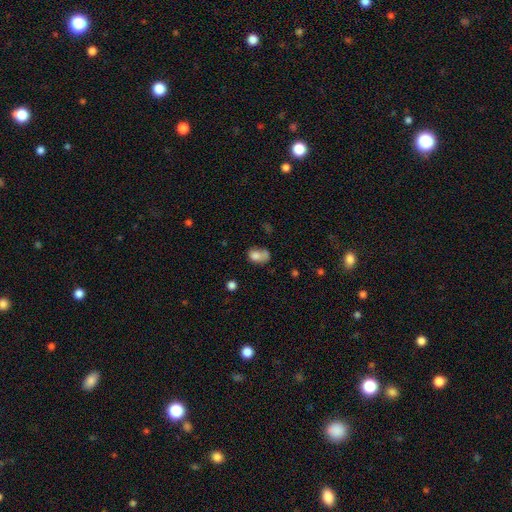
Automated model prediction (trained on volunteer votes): Smooth or featured? Predicted: smooth (p=0.76). How rounded? Predicted: in between (p=0.69). Merging? Predicted: none (p=0.29).